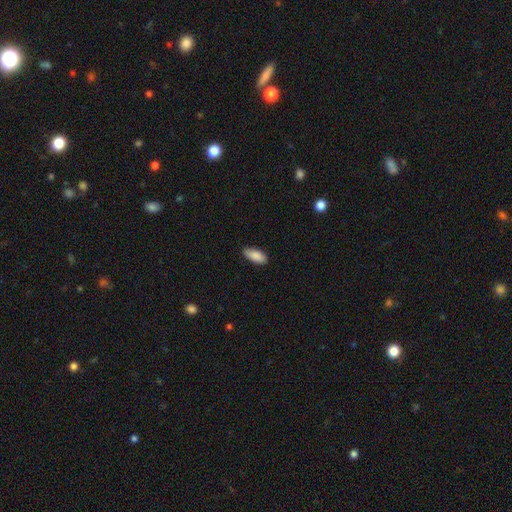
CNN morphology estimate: smooth-or-featured: smooth: 89% | star or artifact: 6% | featured or disk: 5%
  how-rounded: in between: 87% | cigar-shaped: 11% | round: 2%
  merging: none: 85% | minor disturbance: 12% | major disturbance: 2% | merger: 1%